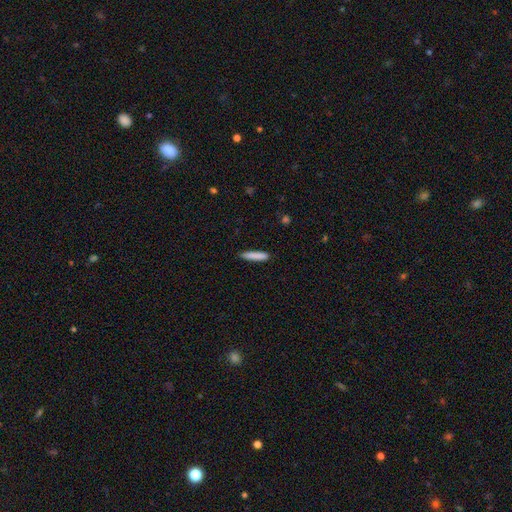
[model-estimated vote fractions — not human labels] The model was most divided on "smooth or featured": smooth: 86%, featured or disk: 8%, star or artifact: 6%. More confident: how rounded — cigar-shaped (89%); merging — none (89%).